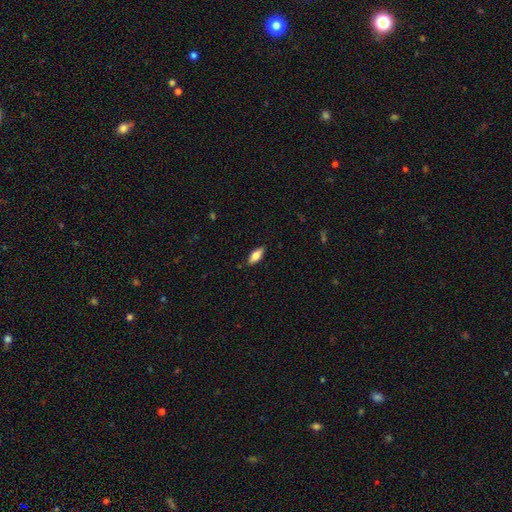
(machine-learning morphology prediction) Smooth or featured? smooth (72%)
How rounded? in between (79%)
Merging? none (87%)